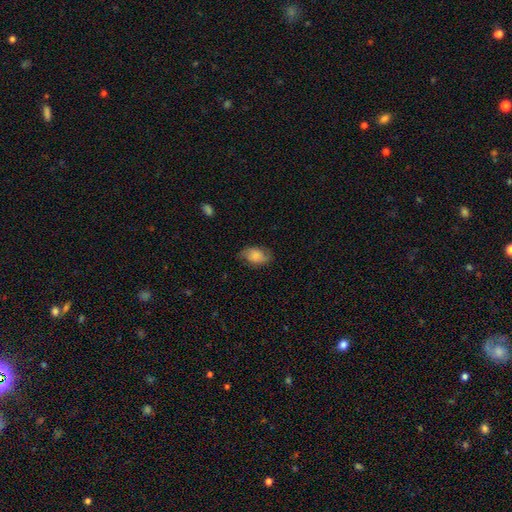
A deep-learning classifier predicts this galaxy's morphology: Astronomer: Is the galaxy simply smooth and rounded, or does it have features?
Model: smooth — 70%.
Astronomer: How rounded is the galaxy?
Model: in between — 87%.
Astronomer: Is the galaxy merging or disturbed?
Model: none — 72%.